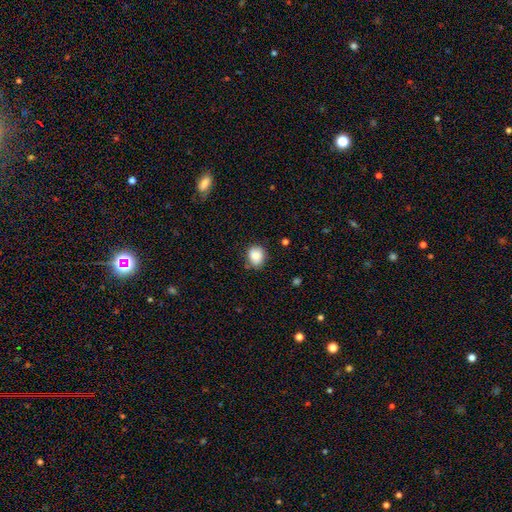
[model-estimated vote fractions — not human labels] The model was most divided on "how rounded": round: 67%, in between: 32%, cigar-shaped: 1%. More confident: smooth or featured — smooth (83%); merging — none (72%).